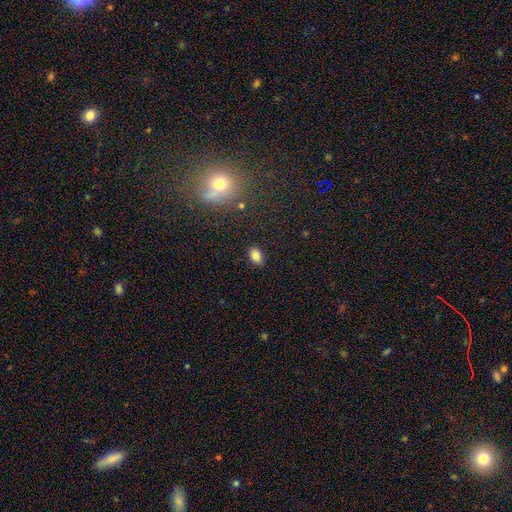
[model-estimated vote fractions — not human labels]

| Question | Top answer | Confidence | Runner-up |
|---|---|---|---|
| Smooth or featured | smooth | 83% | star or artifact (11%) |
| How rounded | in between | 81% | round (18%) |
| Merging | none | 87% | minor disturbance (9%) |